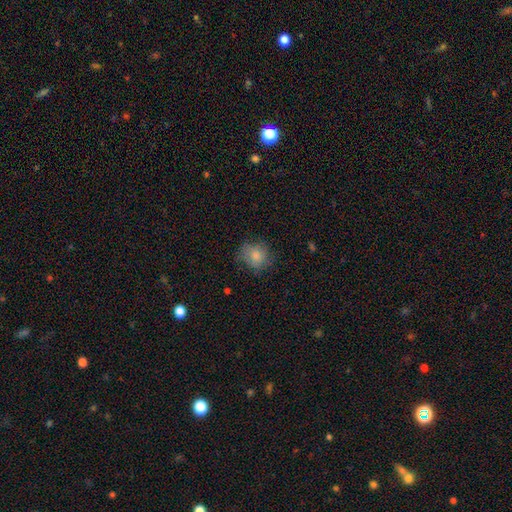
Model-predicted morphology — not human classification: A smooth galaxy with no disk features (79%) that is round (79%).

Vote fractions:
- Smooth or featured? smooth: 79% / featured or disk: 13% / star or artifact: 9%
- How rounded? round: 79% / in between: 20% / cigar-shaped: 1%
- Merging? none: 67% / minor disturbance: 23% / major disturbance: 9% / merger: 1%